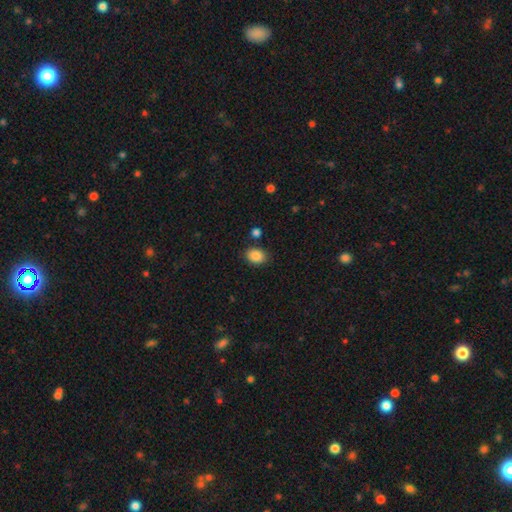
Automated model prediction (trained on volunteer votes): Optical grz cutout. It shows a smooth galaxy with no disk features (87%) that is in between round and cigar-shaped (68%). Merging: none (83%).